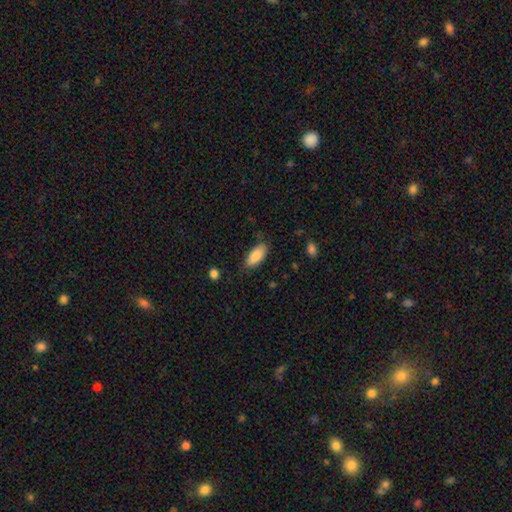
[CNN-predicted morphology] type=smooth (86%); roundness=in between (87%); merging=none (76%).